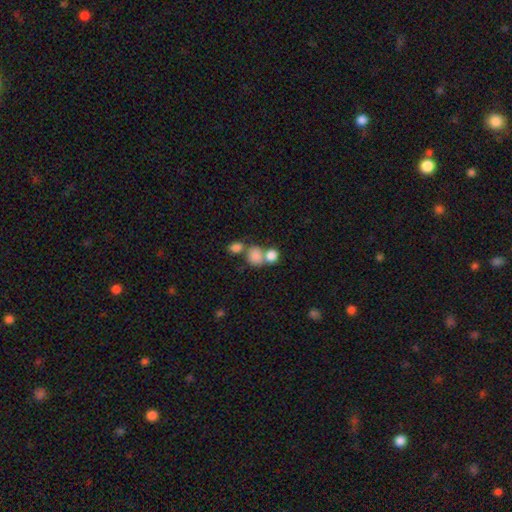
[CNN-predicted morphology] Smooth or featured: smooth — 81% (star or artifact — 10%)
How rounded: round — 64% (in between — 35%)
Merging: merger — 49% (none — 37%)